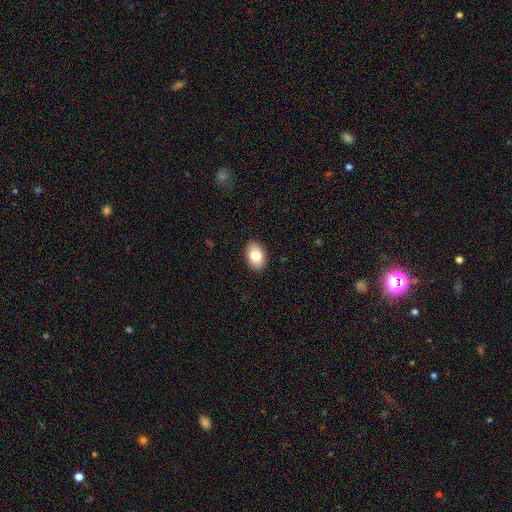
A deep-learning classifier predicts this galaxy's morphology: A smooth galaxy with no disk features (81%) that is in between round and cigar-shaped (85%).

Vote fractions:
- Smooth or featured? smooth: 81% / featured or disk: 12% / star or artifact: 8%
- How rounded? in between: 85% / round: 14% / cigar-shaped: 1%
- Merging? none: 89% / minor disturbance: 8% / major disturbance: 2% / merger: 1%